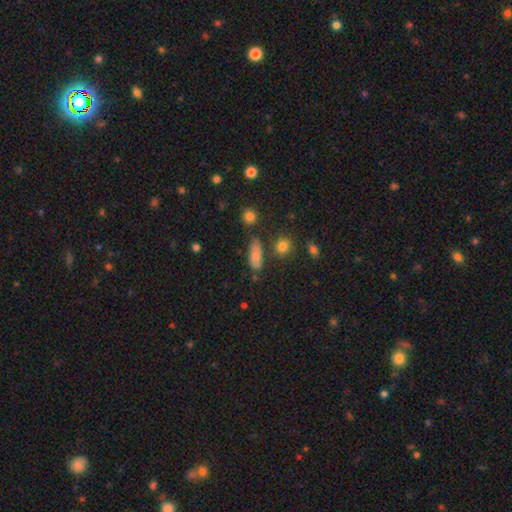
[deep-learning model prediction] This appears to be a smooth galaxy with no disk features (77%) that is in between round and cigar-shaped (77%). Merging: none (66%).